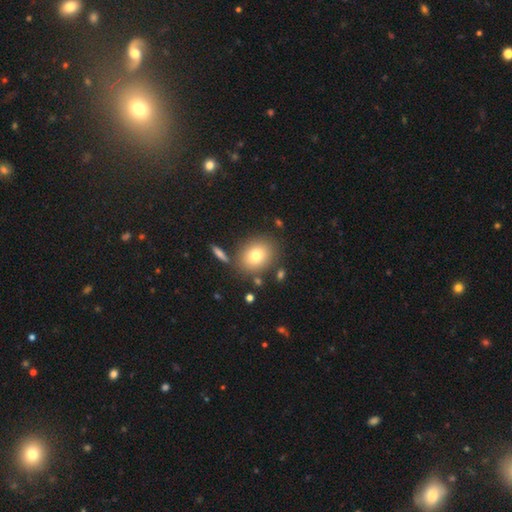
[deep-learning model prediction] smooth_or_featured: smooth (p=0.75) [alt: featured or disk p=0.14]
how_rounded: round (p=0.59) [alt: in between p=0.39]
merging: none (p=0.79) [alt: minor disturbance p=0.10]